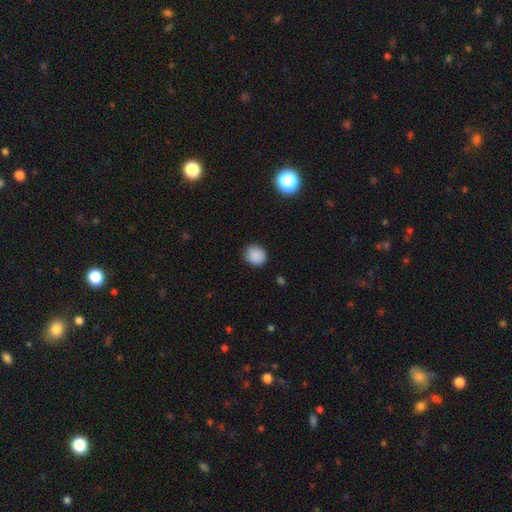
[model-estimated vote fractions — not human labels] The model was most divided on "how rounded": round: 83%, in between: 16%, cigar-shaped: 1%. More confident: smooth or featured — smooth (88%); merging — none (85%).